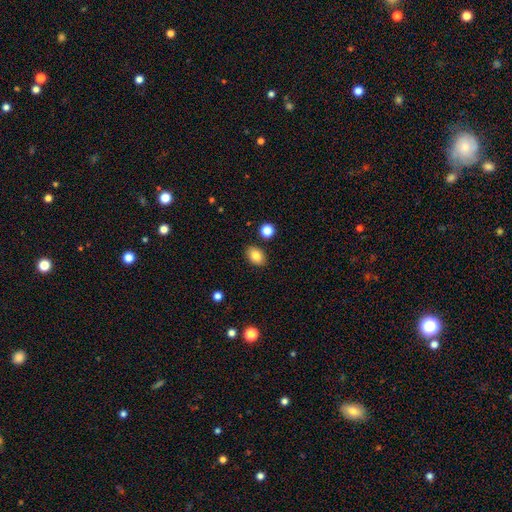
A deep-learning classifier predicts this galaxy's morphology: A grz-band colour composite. It shows a smooth galaxy with no disk features (83%) that is in between round and cigar-shaped (79%). Merging: none (86%).